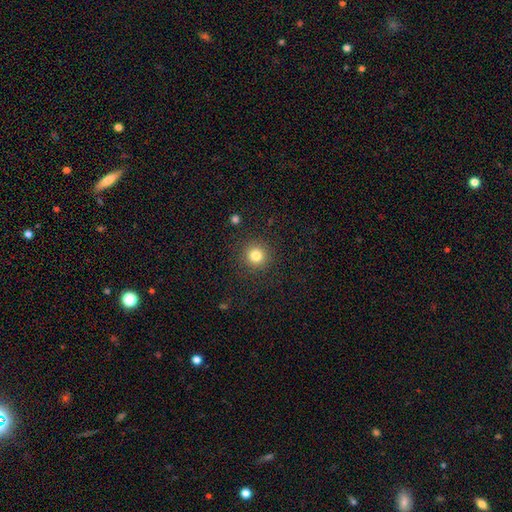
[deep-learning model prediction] Smooth or featured? smooth (82%)
How rounded? round (95%)
Merging? none (90%)